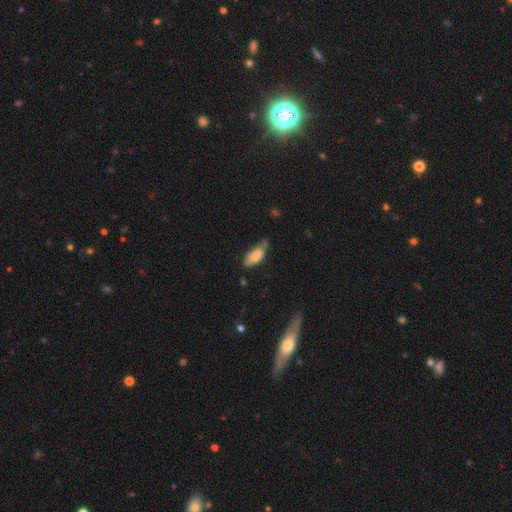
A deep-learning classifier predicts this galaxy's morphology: A smooth galaxy with no disk features (79%) that is in between round and cigar-shaped (83%).

Vote fractions:
- Smooth or featured? smooth: 79% / featured or disk: 14% / star or artifact: 7%
- How rounded? in between: 83% / cigar-shaped: 15% / round: 2%
- Merging? none: 43% / minor disturbance: 41% / major disturbance: 11% / merger: 5%